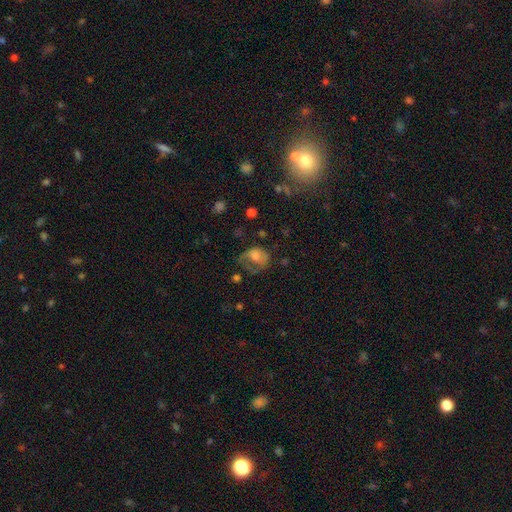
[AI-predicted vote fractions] The model was most divided on "how rounded": round: 51%, in between: 48%, cigar-shaped: 1%. Remaining: smooth or featured — smooth (55%); merging — major disturbance (38%).